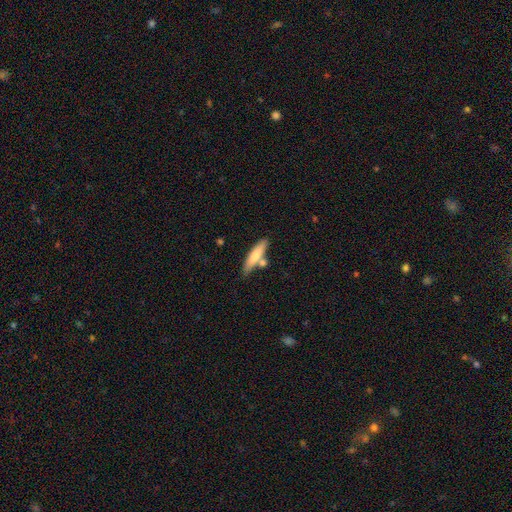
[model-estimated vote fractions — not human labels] smooth 72%, featured or disk 22%, star or artifact 6%. Down the decision tree: how rounded — cigar-shaped (74%); merging — none (66%).